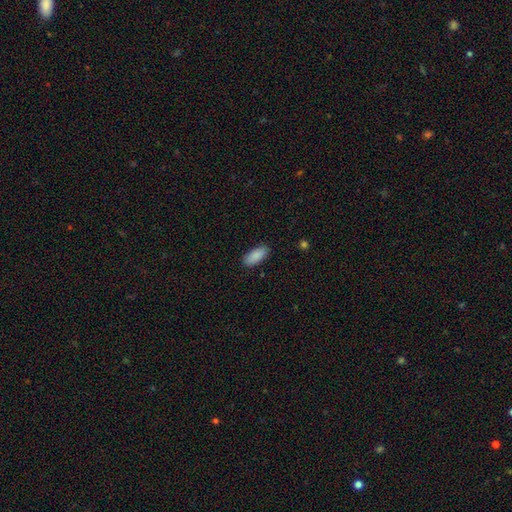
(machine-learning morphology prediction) Overall: smooth (90%). How rounded: in between (85%). Merging: none (87%).